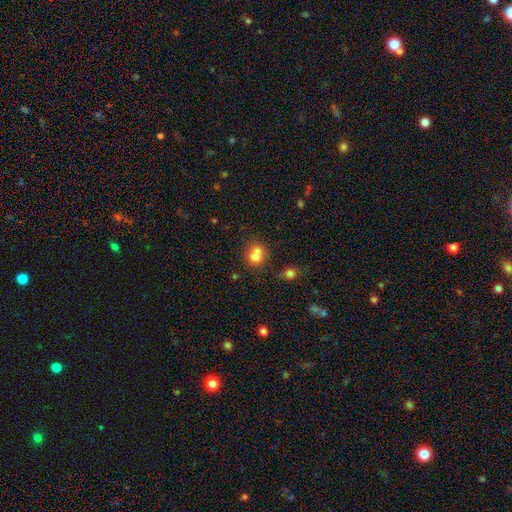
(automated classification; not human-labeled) Q: Smooth or featured?
A: smooth (71%); runner-up: featured or disk (16%)
Q: How rounded?
A: round (72%); runner-up: in between (27%)
Q: Merging?
A: merger (58%); runner-up: none (31%)